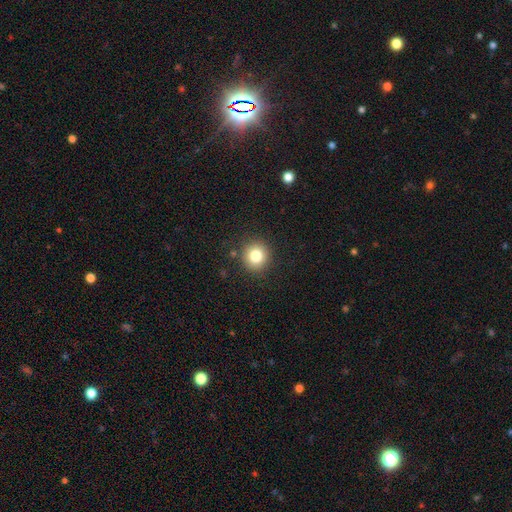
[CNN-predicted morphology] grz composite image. It shows a smooth galaxy with no disk features (81%) that is round (90%). Merging: none (89%).